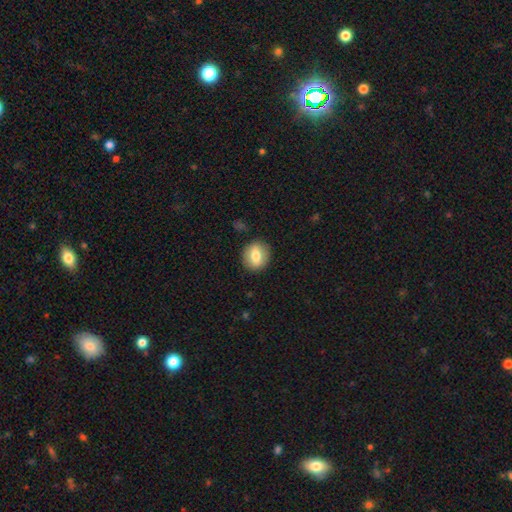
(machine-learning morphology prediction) This is likely a smooth galaxy (70%). How rounded: likely round (68%). Merging: clearly none (88%).